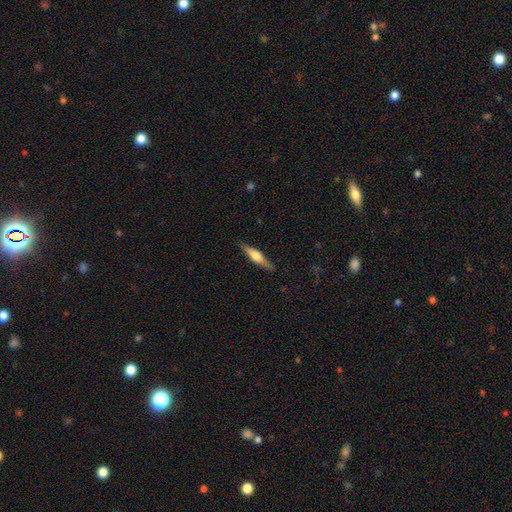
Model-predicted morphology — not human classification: Smooth or featured?
  - featured or disk: 56% *
  - smooth: 38%
  - star or artifact: 6%
Edge-on disk?
  - yes: 96% *
  - no: 4%
Edge-on bulge?
  - rounded: 84% *
  - boxy: 12%
  - none: 4%
Merging?
  - none: 87% *
  - minor disturbance: 10%
  - major disturbance: 2%
  - merger: 1%